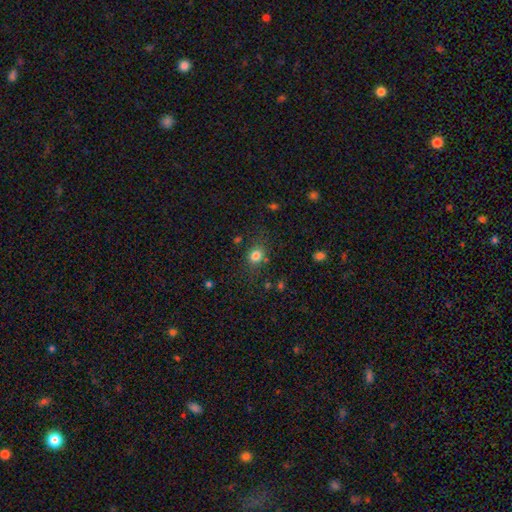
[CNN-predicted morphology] smooth_or_featured: smooth (p=0.80) [alt: star or artifact p=0.13]
how_rounded: round (p=0.63) [alt: in between p=0.36]
merging: none (p=0.76) [alt: minor disturbance p=0.14]